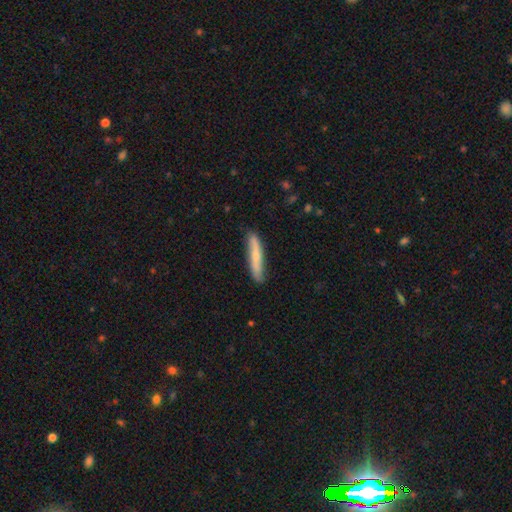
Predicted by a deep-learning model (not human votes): Overall: smooth (56%; featured or disk 39%). How rounded: cigar-shaped (90%). Merging: none (81%).